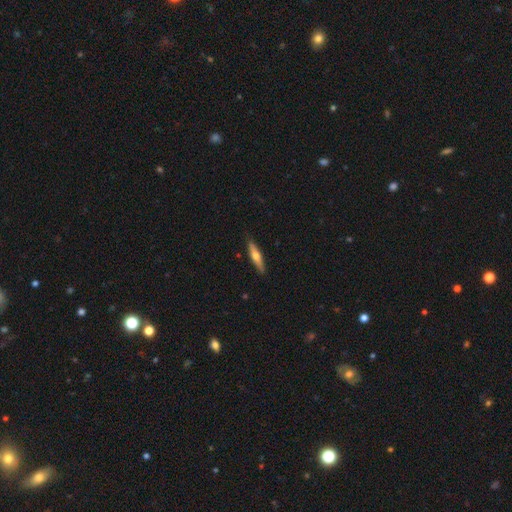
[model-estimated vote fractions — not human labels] featured or disk 48%, smooth 47%, star or artifact 6%. Down the decision tree: merging — none (88%).